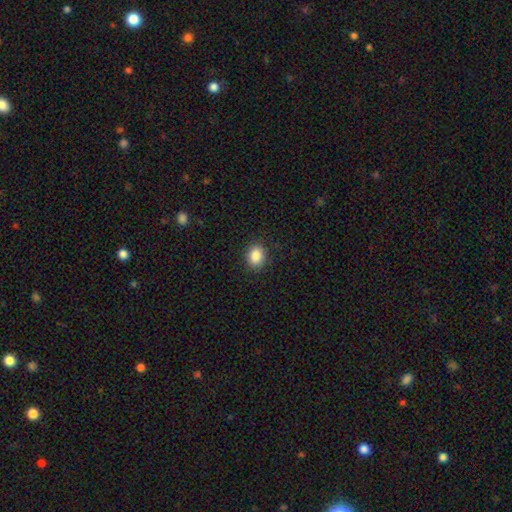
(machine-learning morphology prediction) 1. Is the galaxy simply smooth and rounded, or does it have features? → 87% smooth, 9% star or artifact, 4% featured or disk.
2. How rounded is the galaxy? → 54% in between, 45% round, 1% cigar-shaped.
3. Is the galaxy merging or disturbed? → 88% none, 8% minor disturbance, 2% major disturbance, 1% merger.